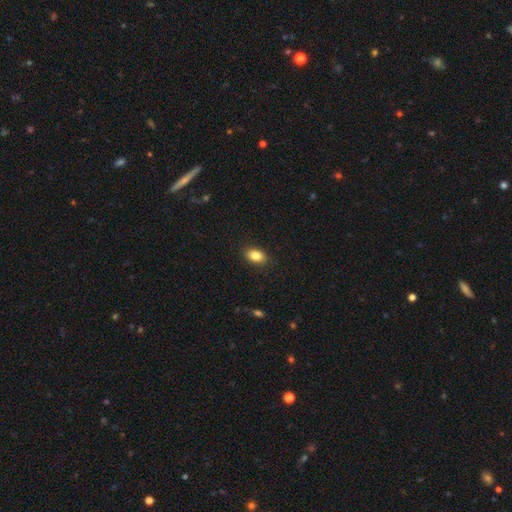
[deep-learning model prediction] Q: Smooth or featured?
A: smooth (84%); runner-up: star or artifact (8%)
Q: How rounded?
A: in between (87%); runner-up: round (11%)
Q: Merging?
A: none (88%); runner-up: minor disturbance (9%)